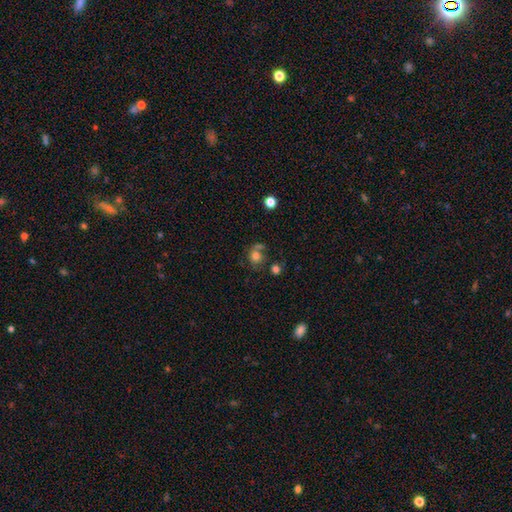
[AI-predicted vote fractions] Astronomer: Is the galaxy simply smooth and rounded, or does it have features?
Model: smooth — 72%.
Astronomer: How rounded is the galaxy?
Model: round — 80%.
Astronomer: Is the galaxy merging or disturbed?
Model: none — 52%.